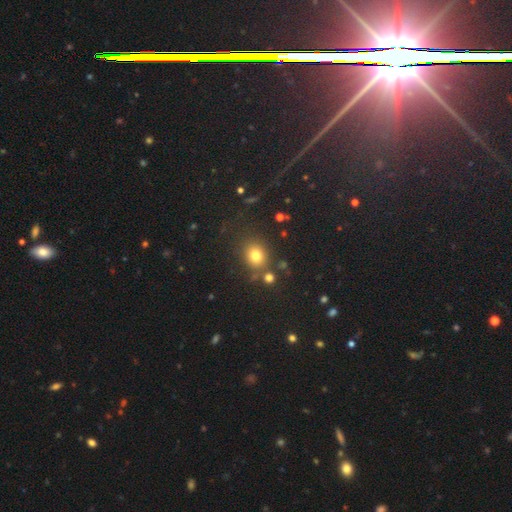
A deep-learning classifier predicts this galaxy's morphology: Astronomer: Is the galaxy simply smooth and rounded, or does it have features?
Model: smooth — 77%.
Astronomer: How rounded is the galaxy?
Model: round — 72%.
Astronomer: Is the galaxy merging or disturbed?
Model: none — 75%.